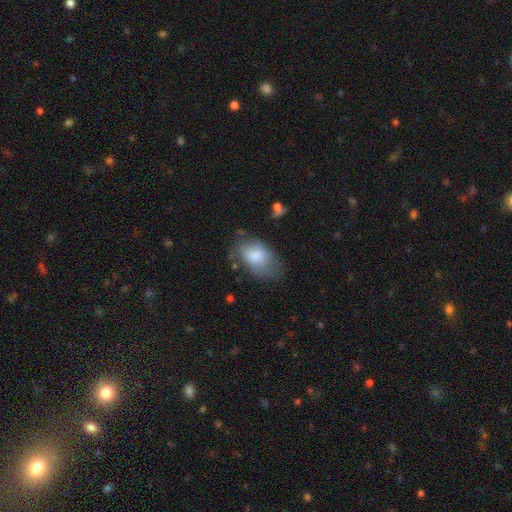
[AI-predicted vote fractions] Smooth or featured? smooth (80%)
How rounded? in between (90%)
Merging? none (53%)